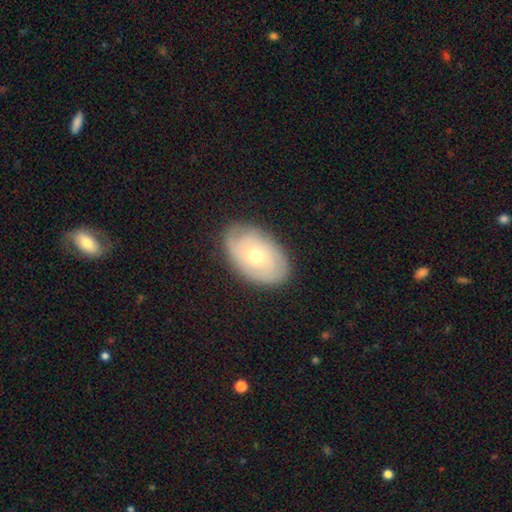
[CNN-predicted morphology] A featured or disk galaxy (54%).

Vote fractions:
- Smooth or featured? featured or disk: 54% / smooth: 40% / star or artifact: 7%
- Edge-on disk? no: 93% / yes: 7%
- Merging? none: 80% / minor disturbance: 15% / major disturbance: 4% / merger: 1%